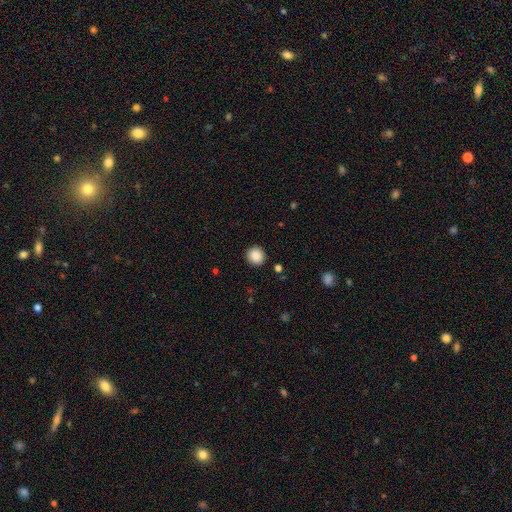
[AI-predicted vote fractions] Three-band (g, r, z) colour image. It shows a smooth galaxy with no disk features (88%) that is round (90%). Merging: none (91%).